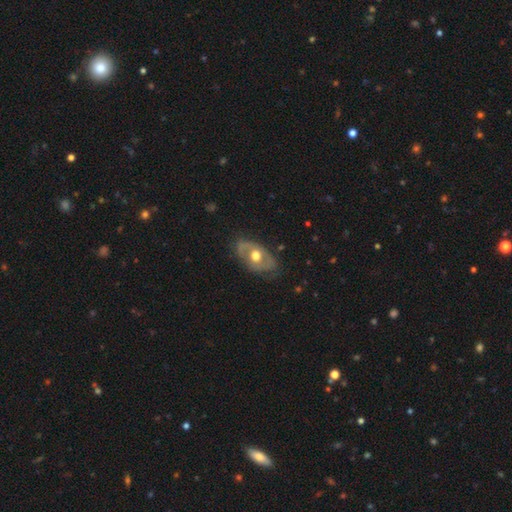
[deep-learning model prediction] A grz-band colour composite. It shows a featured or disk galaxy (62%) with no bar (82%), no spiral arms (67%) and a moderate central bulge (70%). Merging: none (69%).